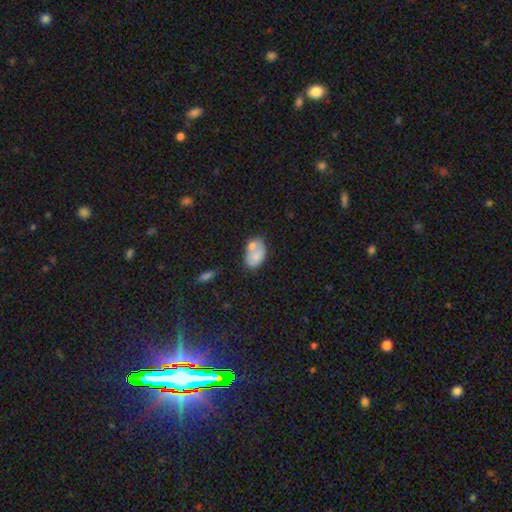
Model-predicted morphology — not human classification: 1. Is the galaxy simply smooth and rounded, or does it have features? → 71% smooth, 21% featured or disk, 8% star or artifact.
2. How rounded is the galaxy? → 86% in between, 12% round, 1% cigar-shaped.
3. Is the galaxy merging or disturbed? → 39% none, 34% merger, 20% minor disturbance, 8% major disturbance.